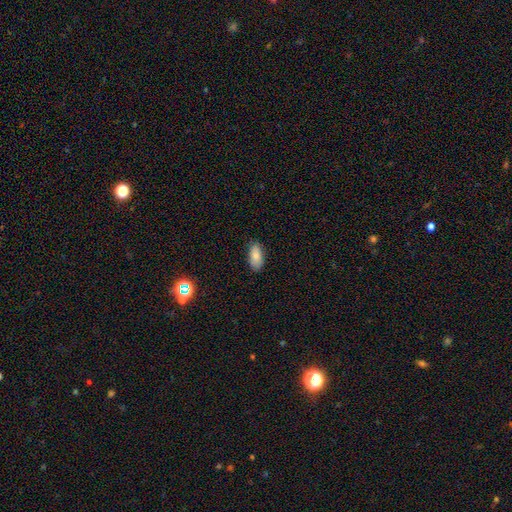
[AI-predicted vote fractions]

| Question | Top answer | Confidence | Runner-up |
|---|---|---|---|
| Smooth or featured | smooth | 84% | star or artifact (8%) |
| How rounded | in between | 90% | cigar-shaped (7%) |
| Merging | none | 85% | minor disturbance (12%) |